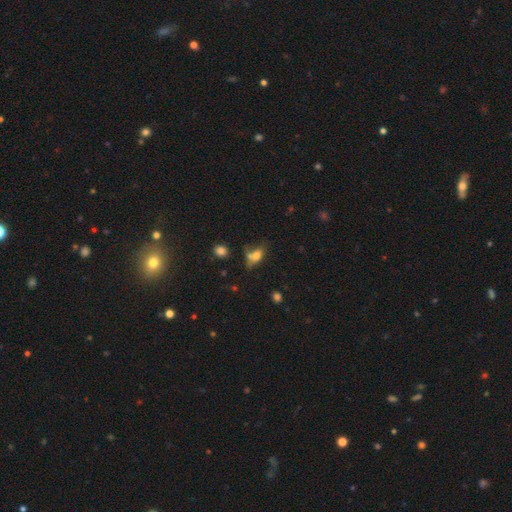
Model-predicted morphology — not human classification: The model was most divided on "merging": none: 35%, merger: 33%, minor disturbance: 19%, major disturbance: 12%. More confident: how rounded — in between (77%); smooth or featured — smooth (71%).